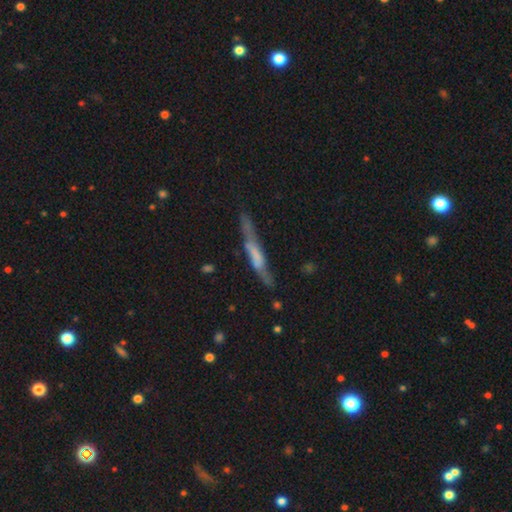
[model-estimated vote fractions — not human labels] Smooth or featured?
  - featured or disk: 53% *
  - smooth: 39%
  - star or artifact: 8%
Edge-on disk?
  - yes: 82% *
  - no: 18%
Merging?
  - none: 62% *
  - minor disturbance: 23%
  - major disturbance: 10%
  - merger: 5%